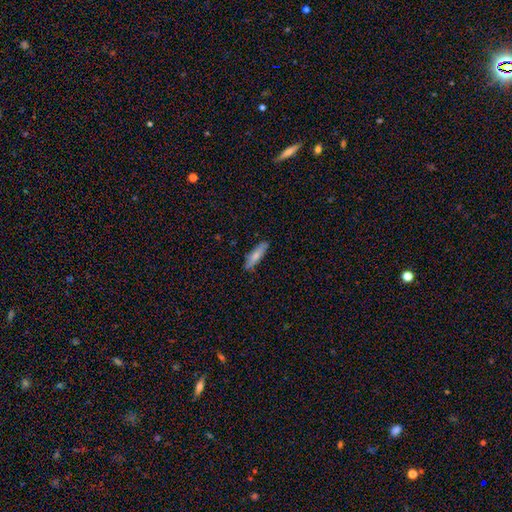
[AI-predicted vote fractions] smooth-or-featured: smooth: 76% | featured or disk: 19% | star or artifact: 6%
  how-rounded: cigar-shaped: 64% | in between: 34% | round: 2%
  merging: none: 84% | minor disturbance: 12% | major disturbance: 2% | merger: 1%